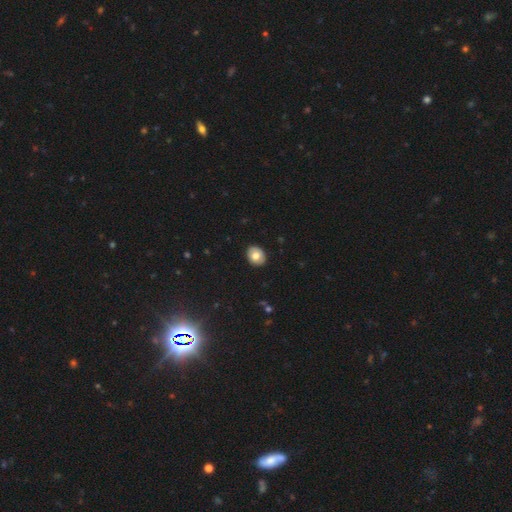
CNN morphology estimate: A smooth galaxy with no disk features (74%) that is in between round and cigar-shaped (51%). Merging: none (90%).